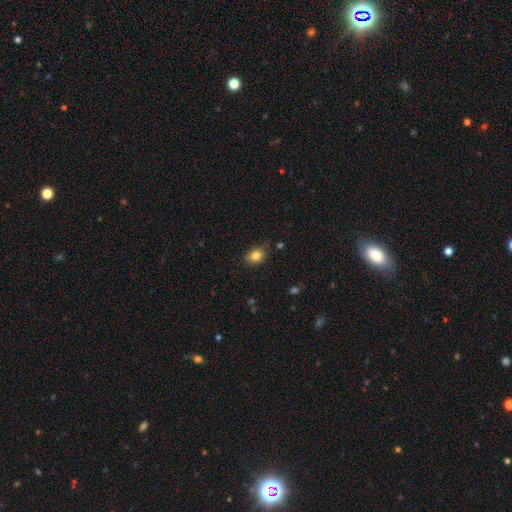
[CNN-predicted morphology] type=smooth (83%); roundness=in between (55%); merging=none (77%).